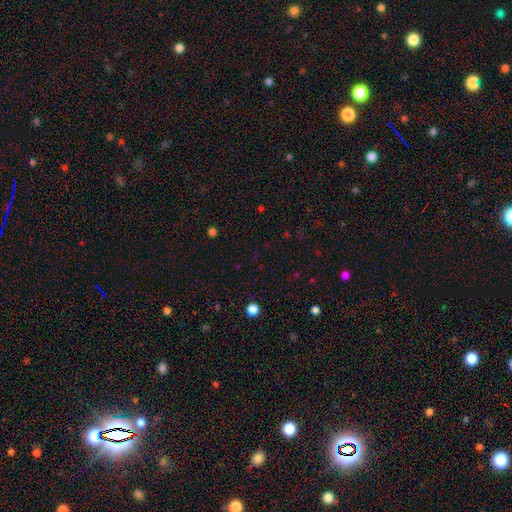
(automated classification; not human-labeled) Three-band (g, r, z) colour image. It shows a star or artifact, not a galaxy (61%).